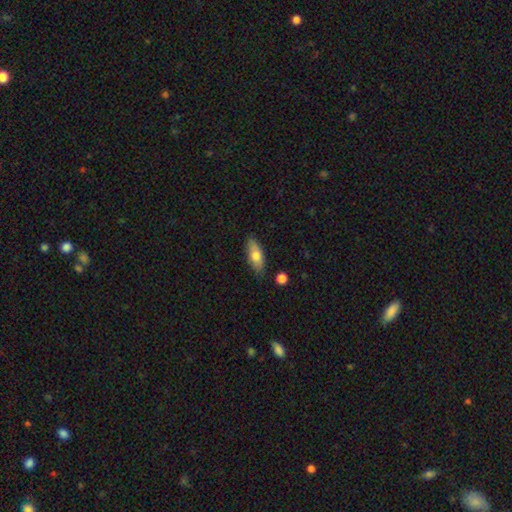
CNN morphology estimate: A smooth galaxy with no disk features (71%) that is in between round and cigar-shaped (76%).

Vote fractions:
- Smooth or featured? smooth: 71% / featured or disk: 22% / star or artifact: 7%
- How rounded? in between: 76% / cigar-shaped: 21% / round: 3%
- Merging? none: 82% / minor disturbance: 13% / major disturbance: 2% / merger: 2%